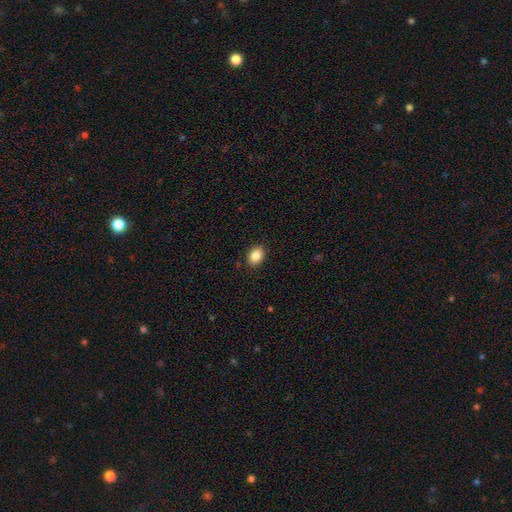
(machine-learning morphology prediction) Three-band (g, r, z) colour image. It shows a smooth galaxy with no disk features (85%) that is in between round and cigar-shaped (66%). Merging: none (89%).